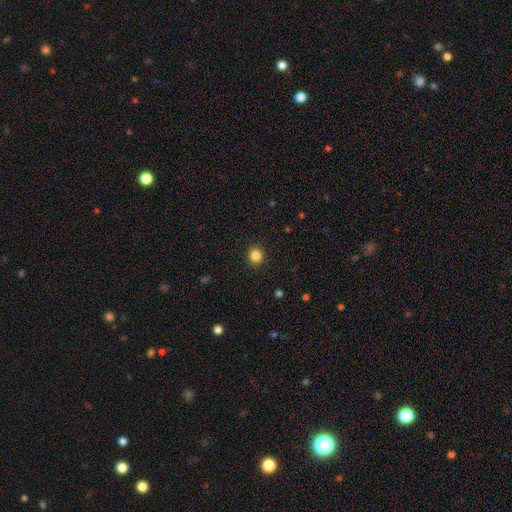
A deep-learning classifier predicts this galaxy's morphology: Q: Smooth or featured?
A: smooth (84%); runner-up: star or artifact (11%)
Q: How rounded?
A: round (90%); runner-up: in between (9%)
Q: Merging?
A: none (91%); runner-up: minor disturbance (6%)